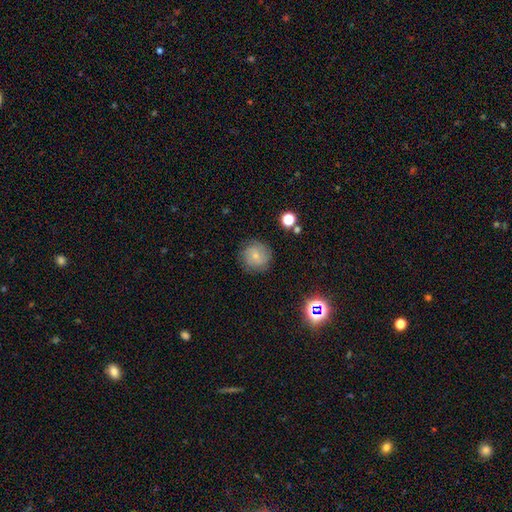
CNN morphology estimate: Smooth or featured? Predicted: smooth (p=0.51). How rounded? Predicted: round (p=0.91). Merging? Predicted: none (p=0.82).